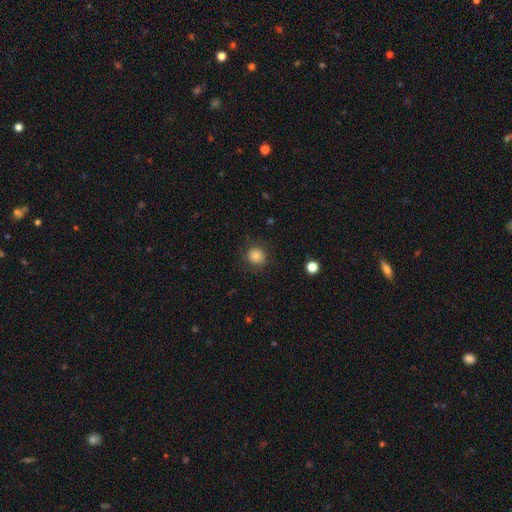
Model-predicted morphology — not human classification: The model was most divided on "smooth or featured": smooth: 82%, star or artifact: 10%, featured or disk: 8%. More confident: how rounded — round (87%); merging — none (83%).